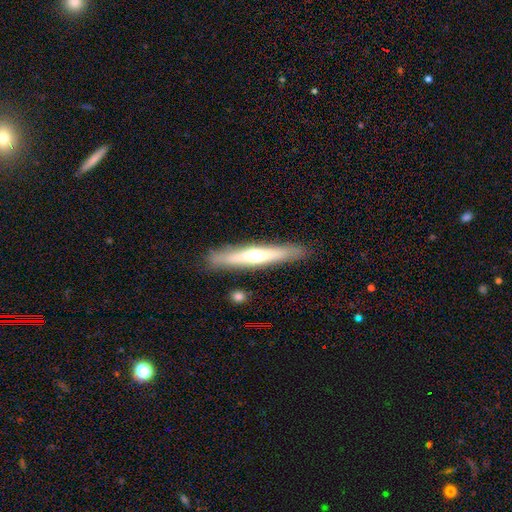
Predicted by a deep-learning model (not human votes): featured or disk 53%, smooth 41%, star or artifact 6%. Down the decision tree: edge-on disk — yes (89%); merging — none (88%).